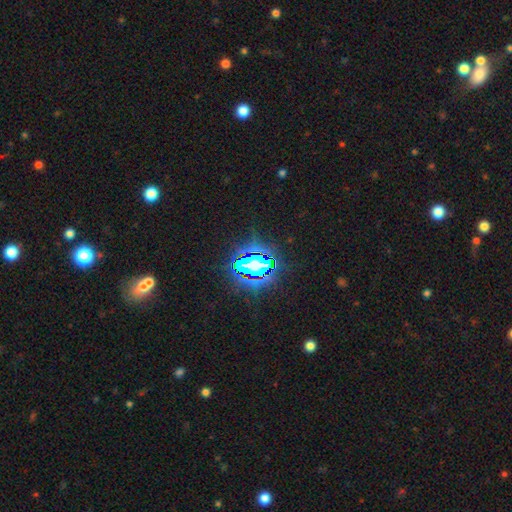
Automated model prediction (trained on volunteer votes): A star or artifact, not a galaxy (81%).